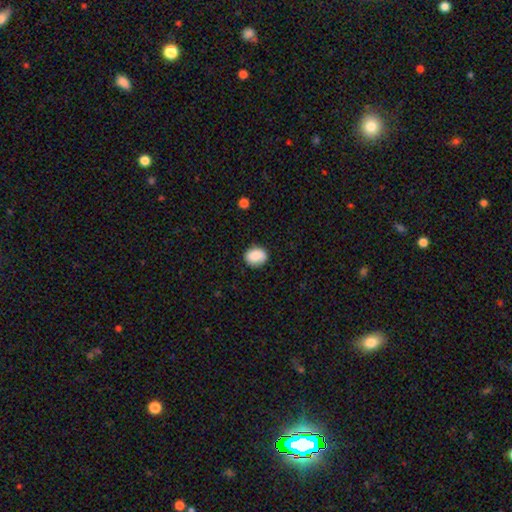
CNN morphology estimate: This is clearly a smooth galaxy (88%). How rounded: possibly round (55%). Merging: clearly none (86%).